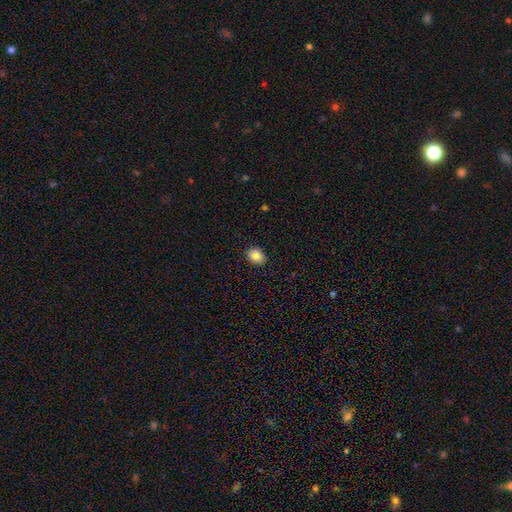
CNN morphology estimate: Smooth or featured?
  - smooth: 88% *
  - star or artifact: 9%
  - featured or disk: 4%
How rounded?
  - in between: 59% *
  - round: 40%
  - cigar-shaped: 1%
Merging?
  - none: 89% *
  - minor disturbance: 8%
  - major disturbance: 2%
  - merger: 1%